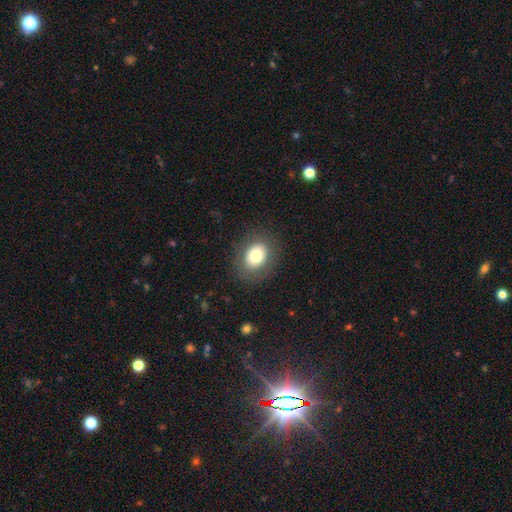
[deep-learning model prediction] Morphology: type=smooth (77%); roundness=in between (56%); merging=none (86%).